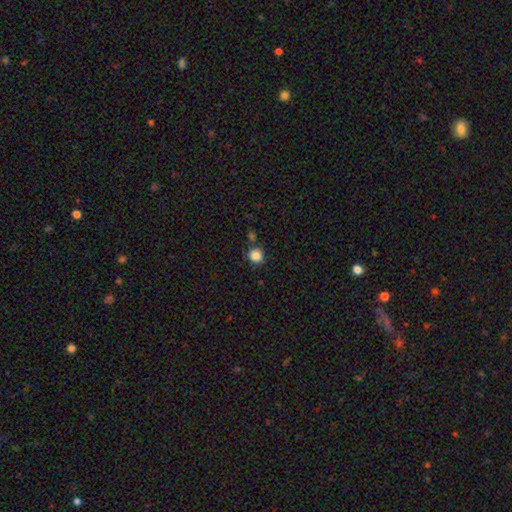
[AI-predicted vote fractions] Overall: smooth (85%). How rounded: round (85%). Merging: none (78%).